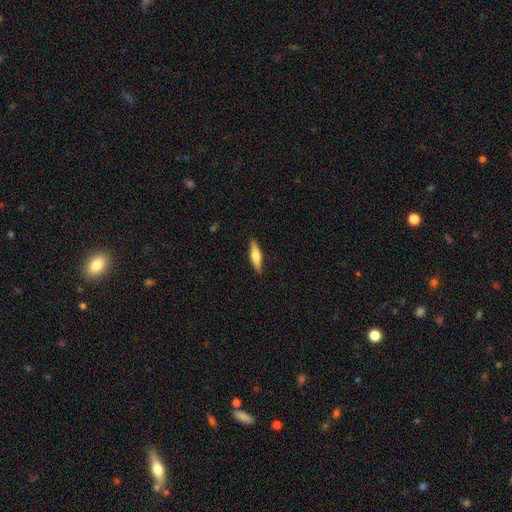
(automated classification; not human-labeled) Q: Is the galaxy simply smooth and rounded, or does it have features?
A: smooth — 48%.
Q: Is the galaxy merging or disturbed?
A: none — 89%.